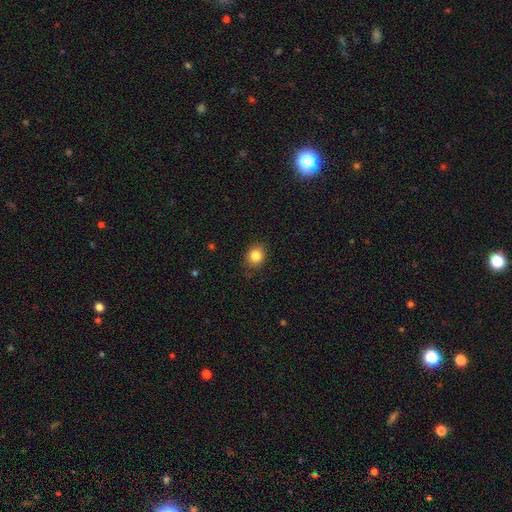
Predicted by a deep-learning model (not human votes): This is clearly a smooth galaxy (85%). How rounded: likely round (72%). Merging: clearly none (84%).